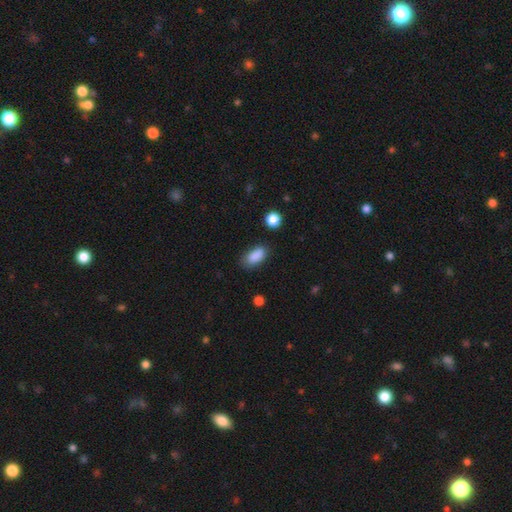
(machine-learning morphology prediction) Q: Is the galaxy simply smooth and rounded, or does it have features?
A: smooth — 87%.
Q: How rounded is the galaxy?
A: in between — 88%.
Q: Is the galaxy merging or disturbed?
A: none — 71%.